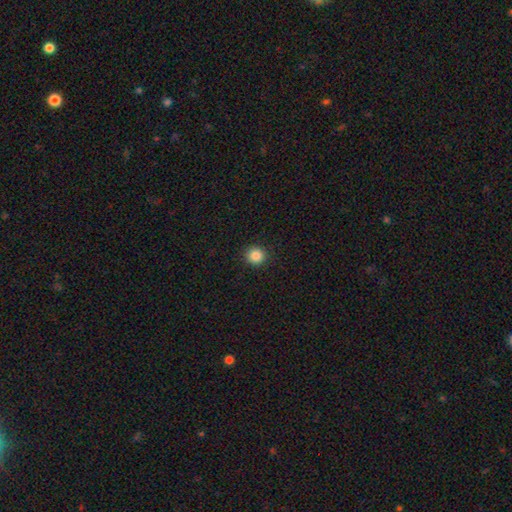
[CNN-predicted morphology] This is clearly a smooth galaxy (86%). How rounded: clearly round (93%). Merging: clearly none (92%).